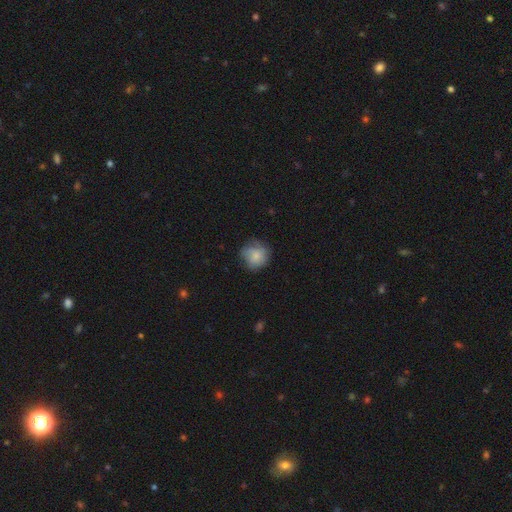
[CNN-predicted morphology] This appears to be a smooth galaxy with no disk features (74%) that is round (85%). Merging: none (63%).